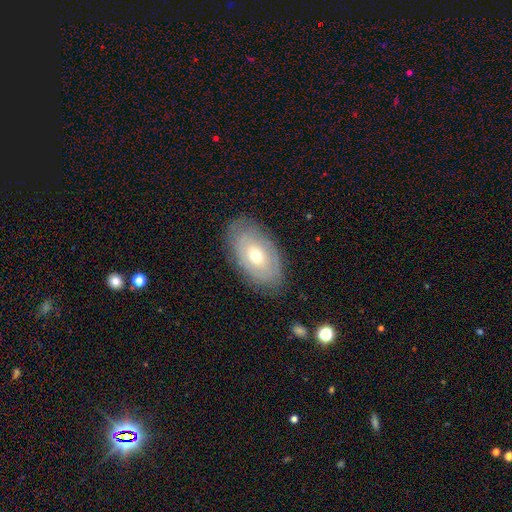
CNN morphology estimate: Smooth or featured? featured or disk (53%)
Edge-on disk? no (89%)
Merging? none (81%)